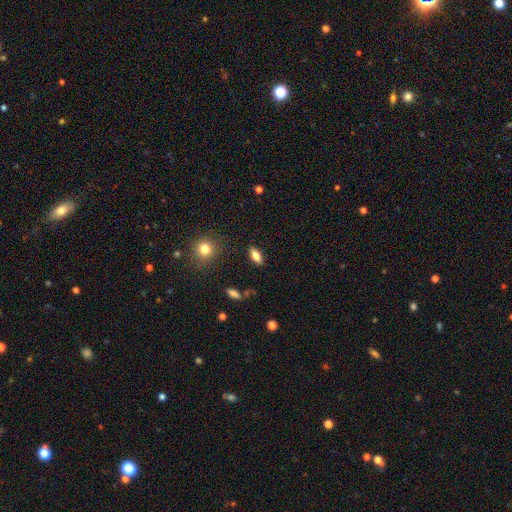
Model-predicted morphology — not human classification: smooth_or_featured: smooth (p=0.73) [alt: featured or disk p=0.19]
how_rounded: in between (p=0.78) [alt: cigar-shaped p=0.18]
merging: none (p=0.86) [alt: minor disturbance p=0.09]